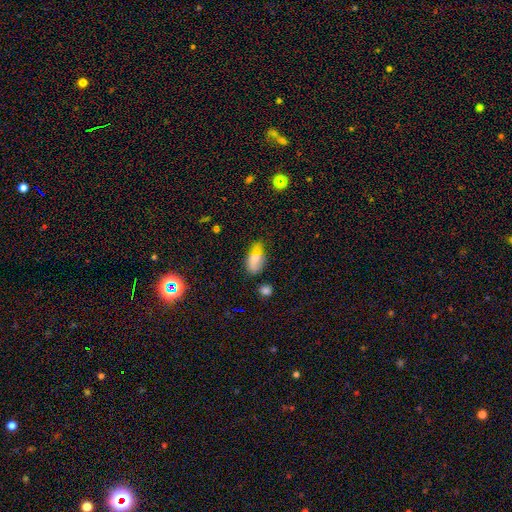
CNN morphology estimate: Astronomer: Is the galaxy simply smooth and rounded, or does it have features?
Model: smooth — 63%.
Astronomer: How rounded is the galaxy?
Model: in between — 88%.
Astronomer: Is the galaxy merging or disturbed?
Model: none — 51% (runner-up: minor disturbance, 31%).